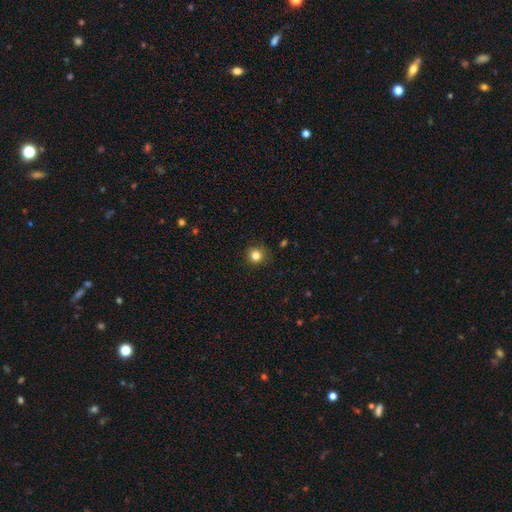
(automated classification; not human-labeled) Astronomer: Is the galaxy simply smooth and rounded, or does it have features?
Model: smooth — 83%.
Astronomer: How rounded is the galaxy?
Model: round — 93%.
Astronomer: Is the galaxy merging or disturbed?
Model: none — 89%.